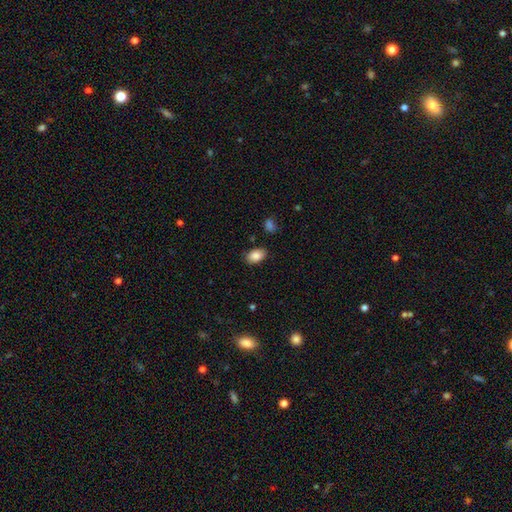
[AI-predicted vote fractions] The model was most divided on "merging": none: 83%, minor disturbance: 12%, major disturbance: 3%, merger: 2%. More confident: how rounded — in between (90%); smooth or featured — smooth (87%).